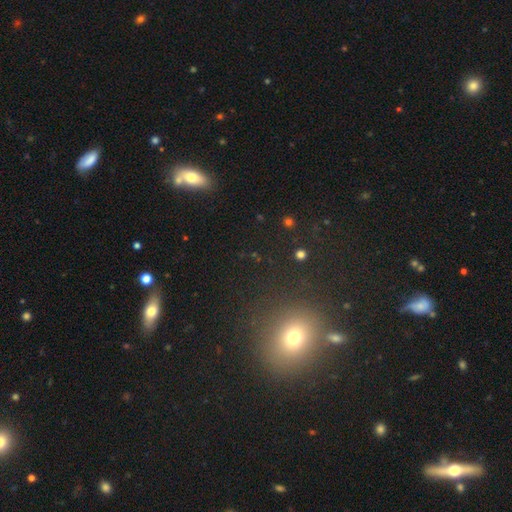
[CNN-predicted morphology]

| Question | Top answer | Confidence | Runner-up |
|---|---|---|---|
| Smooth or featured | smooth | 50% | star or artifact (38%) |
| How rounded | round | 64% | in between (32%) |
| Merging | none | 82% | minor disturbance (9%) |